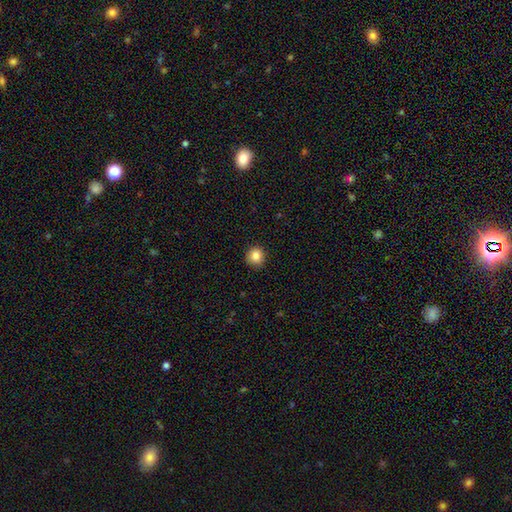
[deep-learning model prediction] Smooth or featured? smooth (85%)
How rounded? round (92%)
Merging? none (90%)